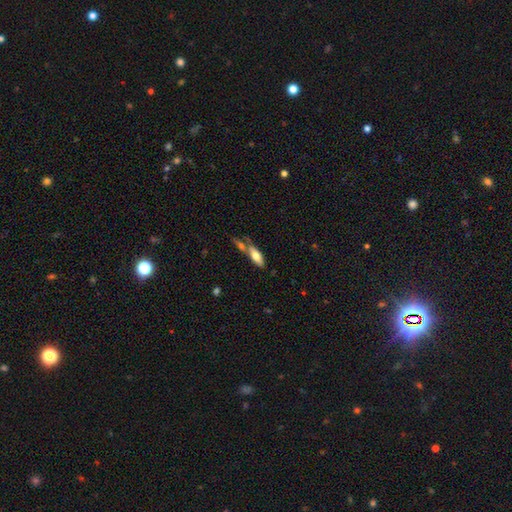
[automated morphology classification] smooth 64%, featured or disk 30%, star or artifact 7%. Down the decision tree: how rounded — in between (65%); merging — none (47%).